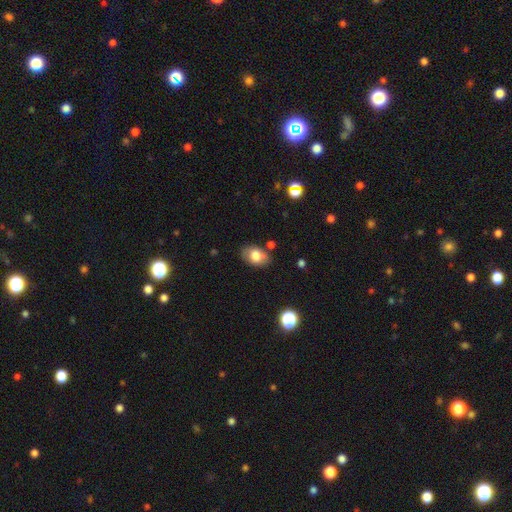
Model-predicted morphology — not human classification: Overall: smooth (75%). How rounded: in between (86%). Merging: none (76%).